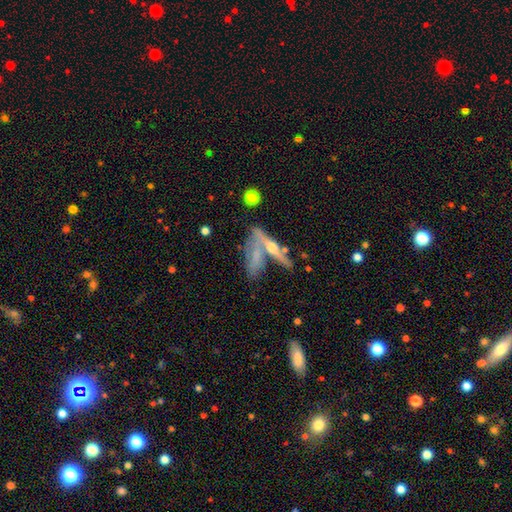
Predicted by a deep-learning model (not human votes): featured or disk 56%, smooth 34%, star or artifact 9%. Down the decision tree: edge-on disk — yes (69%); merging — merger (41%).